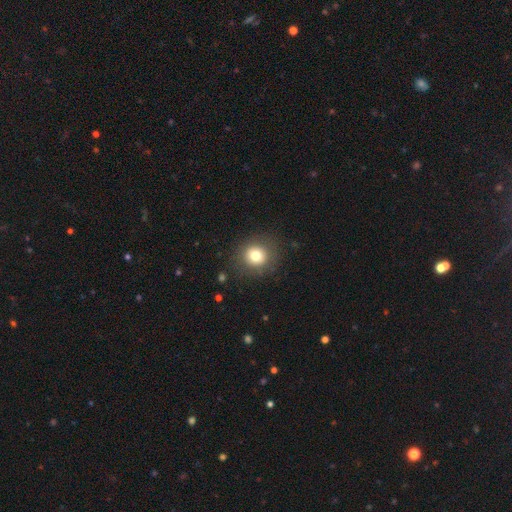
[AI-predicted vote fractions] Smooth or featured? Predicted: smooth (p=0.77). How rounded? Predicted: round (p=0.86). Merging? Predicted: none (p=0.85).